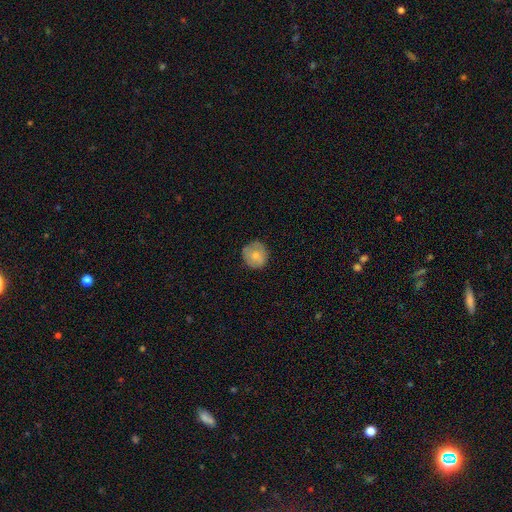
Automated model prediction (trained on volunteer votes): The model was most divided on "smooth or featured": smooth: 74%, featured or disk: 18%, star or artifact: 8%. More confident: how rounded — round (92%); merging — none (82%).